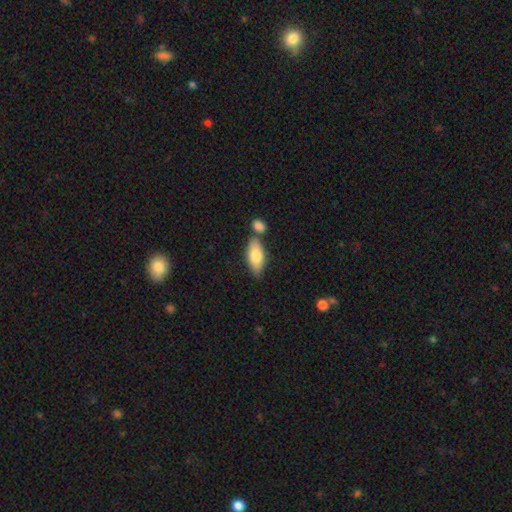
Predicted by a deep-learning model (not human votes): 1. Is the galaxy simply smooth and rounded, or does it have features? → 78% smooth, 17% featured or disk, 5% star or artifact.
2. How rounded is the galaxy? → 82% in between, 15% cigar-shaped, 3% round.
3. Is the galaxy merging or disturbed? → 60% none, 23% merger, 14% minor disturbance, 4% major disturbance.